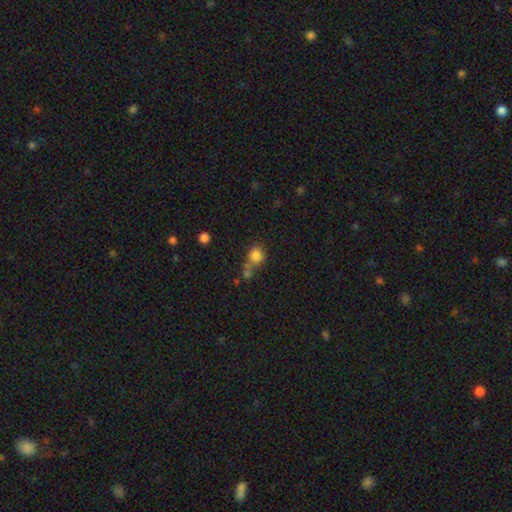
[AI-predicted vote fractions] smooth 81%, star or artifact 11%, featured or disk 8%. Down the decision tree: how rounded — round (76%); merging — none (46%).